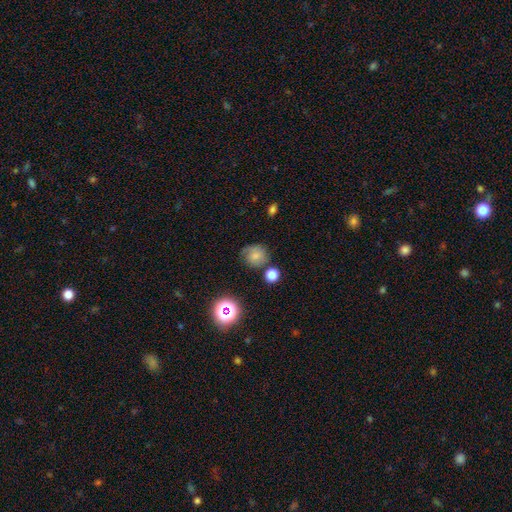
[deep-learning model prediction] A smooth galaxy with no disk features (59%) that is round (81%).

Vote fractions:
- Smooth or featured? smooth: 59% / featured or disk: 26% / star or artifact: 15%
- How rounded? round: 81% / in between: 18% / cigar-shaped: 1%
- Merging? none: 61% / minor disturbance: 24% / major disturbance: 9% / merger: 6%